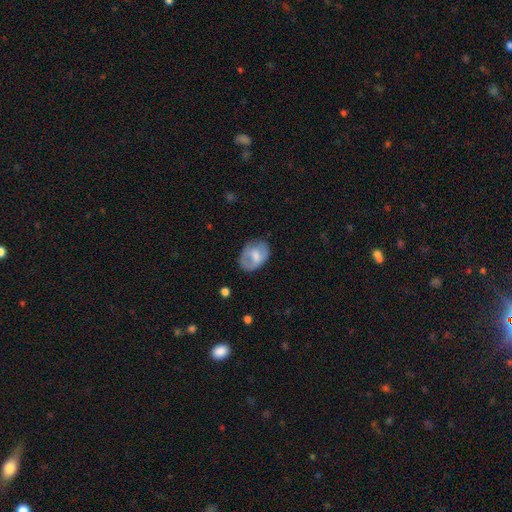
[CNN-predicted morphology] type=smooth (54%); roundness=in between (76%); merging=none (63%).